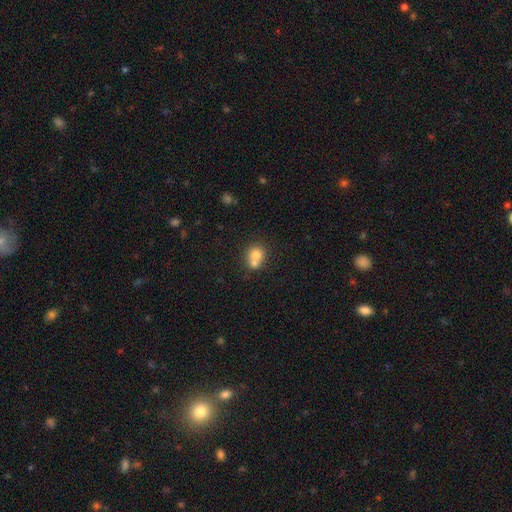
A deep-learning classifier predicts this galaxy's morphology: Overall: smooth (73%). How rounded: round (79%). Merging: merger (58%; none 33%).